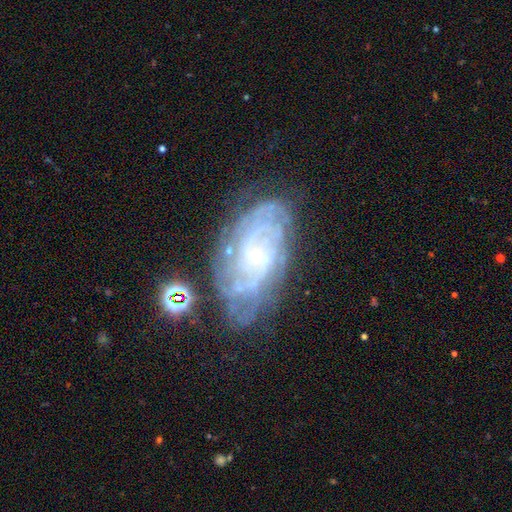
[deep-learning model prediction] Smooth or featured? Predicted: featured or disk (p=0.83). Edge-on disk? Predicted: no (p=0.95). Bar? Predicted: no (p=0.60). Spiral arms? Predicted: yes (p=0.93). Spiral winding? Predicted: tight (p=0.69). Spiral arm count? Predicted: can't tell (p=0.43). Bulge size? Predicted: small (p=0.80). Merging? Predicted: none (p=0.68).